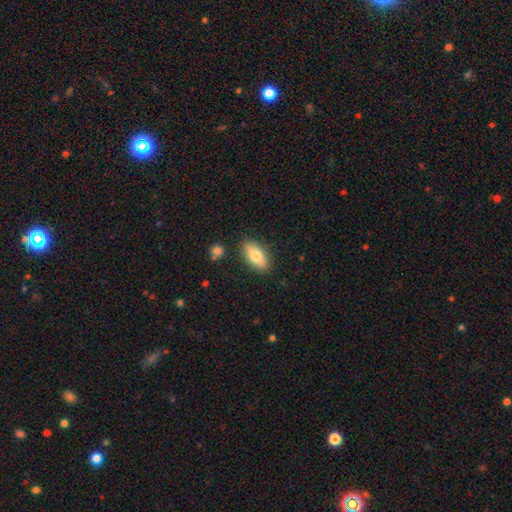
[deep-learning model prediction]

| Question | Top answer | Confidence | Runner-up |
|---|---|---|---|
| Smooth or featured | smooth | 76% | featured or disk (18%) |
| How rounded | in between | 84% | cigar-shaped (13%) |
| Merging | none | 85% | minor disturbance (10%) |